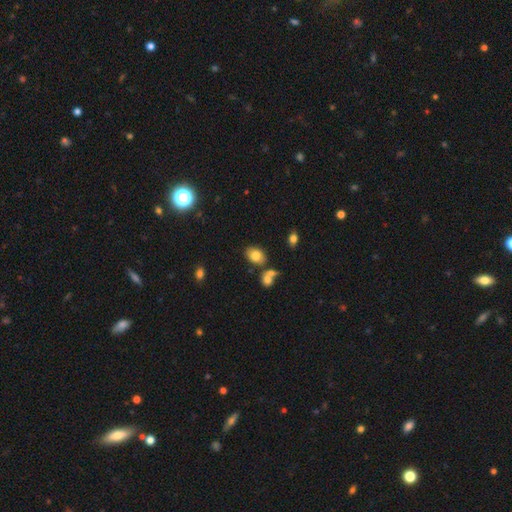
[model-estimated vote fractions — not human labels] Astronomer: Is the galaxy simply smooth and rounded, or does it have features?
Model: smooth — 81%.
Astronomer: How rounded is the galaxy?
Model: in between — 80%.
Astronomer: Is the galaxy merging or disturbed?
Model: none — 68%.